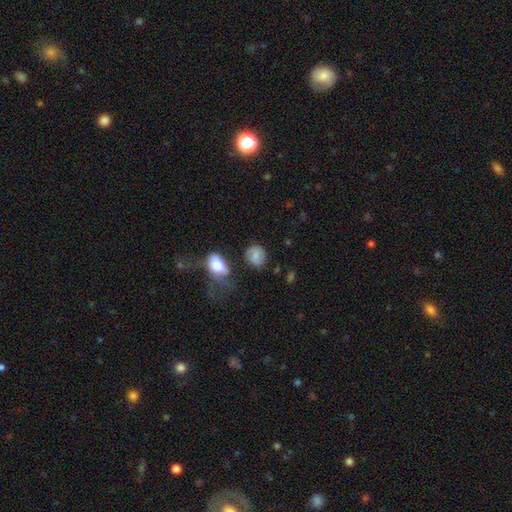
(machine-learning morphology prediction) This is likely a smooth galaxy (65%). How rounded: likely round (64%). Merging: likely none (69%).